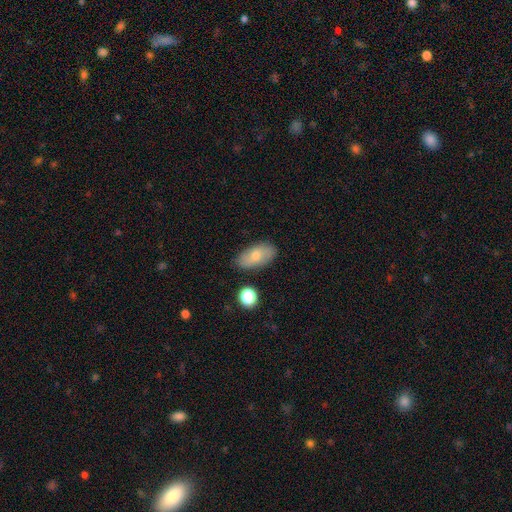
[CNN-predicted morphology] This is likely a smooth galaxy (73%). How rounded: clearly in between (92%). Merging: likely none (80%).